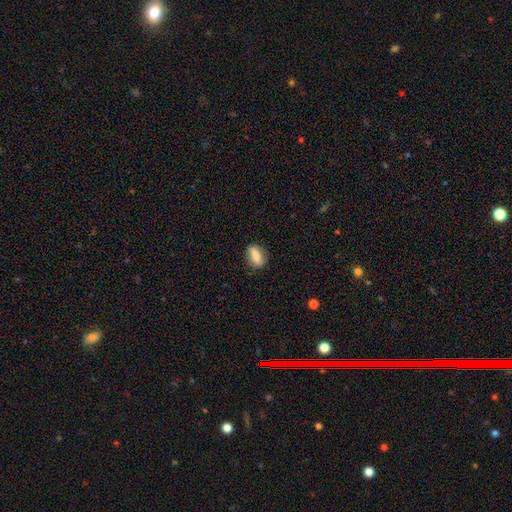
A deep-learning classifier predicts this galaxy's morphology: A smooth galaxy with no disk features (75%) that is in between round and cigar-shaped (71%). Merging: none (84%).